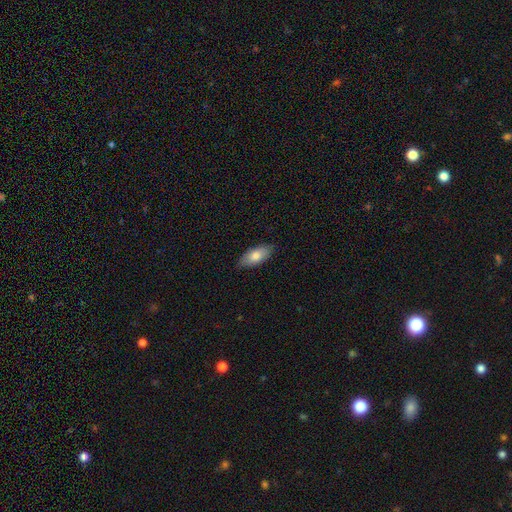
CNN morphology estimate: This is likely a smooth galaxy (78%). How rounded: clearly in between (89%). Merging: clearly none (83%).